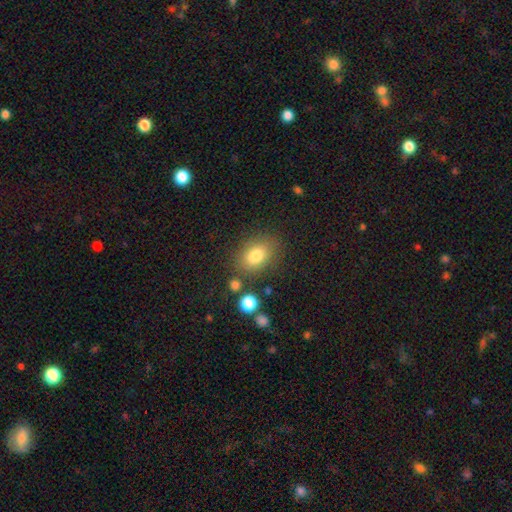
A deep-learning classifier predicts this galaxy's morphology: type=smooth (80%); roundness=in between (77%); merging=none (76%).